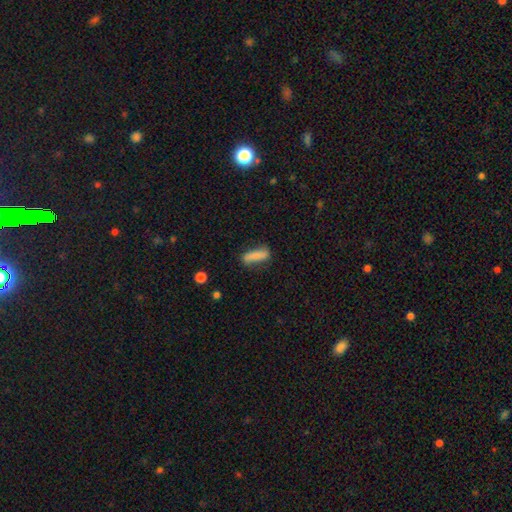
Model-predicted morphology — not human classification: This appears to be a smooth galaxy with no disk features (76%) that is cigar-shaped (54%). Merging: none (64%).